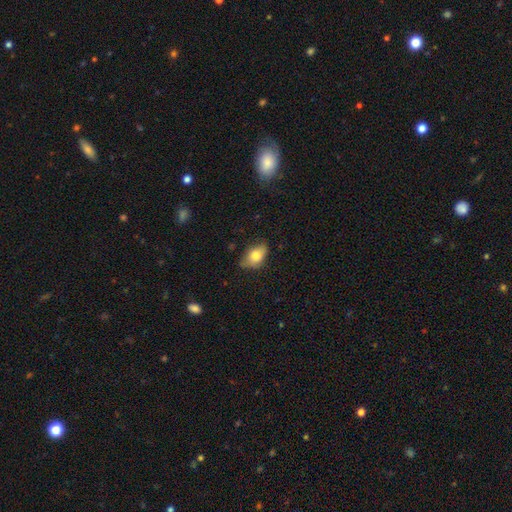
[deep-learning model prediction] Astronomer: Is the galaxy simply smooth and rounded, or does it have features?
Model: smooth — 75%.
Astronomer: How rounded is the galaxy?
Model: in between — 87%.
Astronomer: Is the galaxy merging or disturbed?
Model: none — 66%.